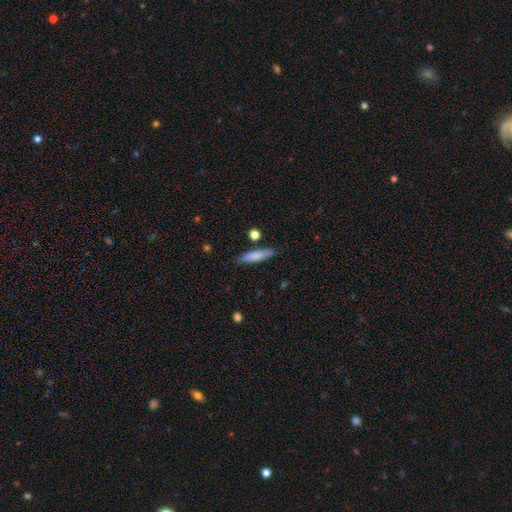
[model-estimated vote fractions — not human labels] This appears to be a smooth galaxy with no disk features (80%) that is cigar-shaped (80%). Merging: none (83%).